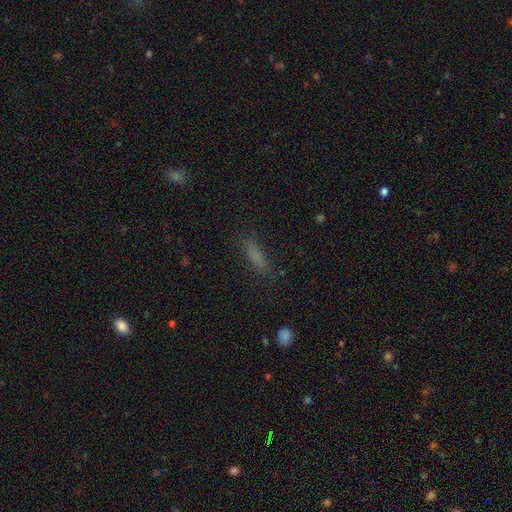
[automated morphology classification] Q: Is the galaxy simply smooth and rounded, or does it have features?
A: smooth — 74%.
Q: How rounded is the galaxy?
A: cigar-shaped — 72%.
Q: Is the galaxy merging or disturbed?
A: none — 82%.